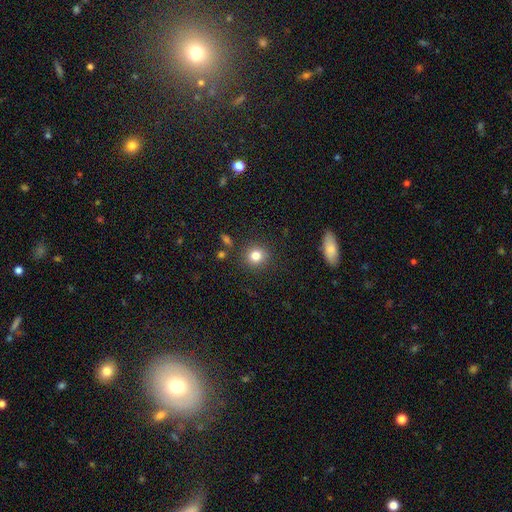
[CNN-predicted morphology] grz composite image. It shows a smooth galaxy with no disk features (82%) that is round (87%). Merging: none (88%).